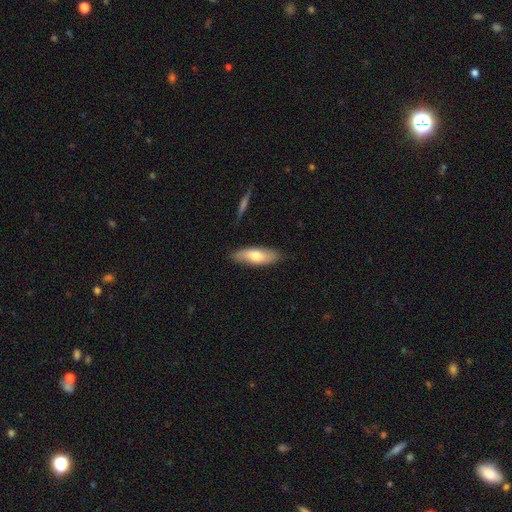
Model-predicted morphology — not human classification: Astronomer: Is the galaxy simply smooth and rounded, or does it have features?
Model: smooth — 68%.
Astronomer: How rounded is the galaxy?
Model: in between — 63%.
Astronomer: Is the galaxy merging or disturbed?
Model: none — 84%.